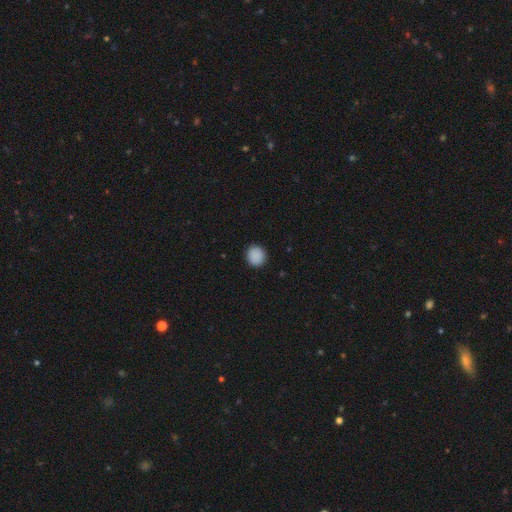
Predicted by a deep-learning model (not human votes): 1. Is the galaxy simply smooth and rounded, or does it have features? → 89% smooth, 9% star or artifact, 2% featured or disk.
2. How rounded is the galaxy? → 88% round, 11% in between, 1% cigar-shaped.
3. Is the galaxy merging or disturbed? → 91% none, 7% minor disturbance, 2% major disturbance, 1% merger.